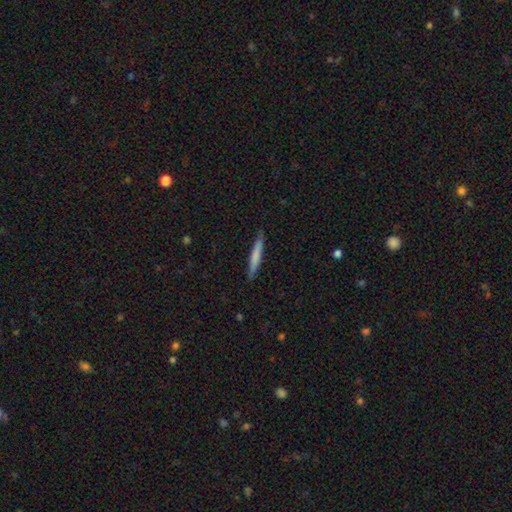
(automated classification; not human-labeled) Morphology: type=smooth (69%); roundness=cigar-shaped (95%); merging=none (88%).